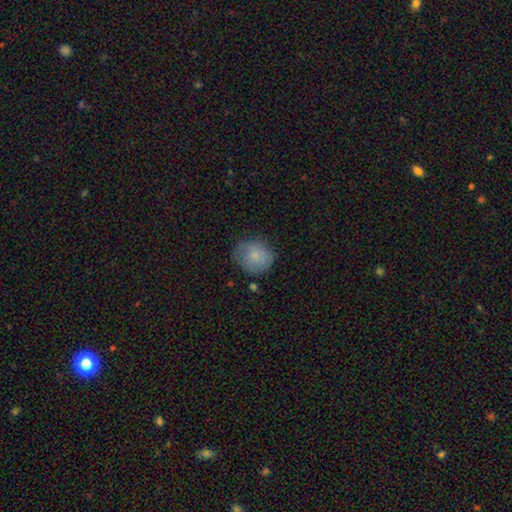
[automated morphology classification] type=smooth (78%); roundness=round (77%); merging=none (65%).